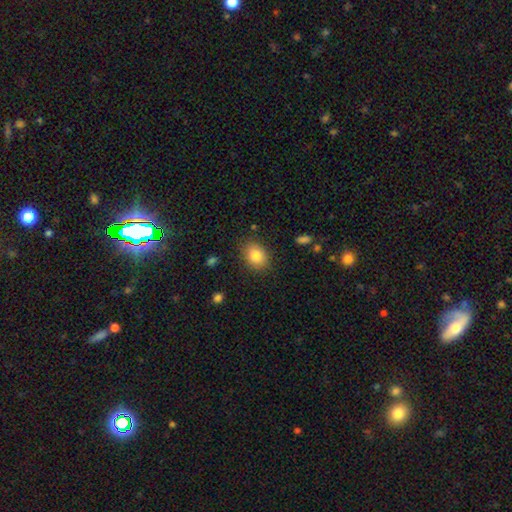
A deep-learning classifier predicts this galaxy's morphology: This appears to be a smooth galaxy with no disk features (83%) that is in between round and cigar-shaped (59%). Merging: none (84%).